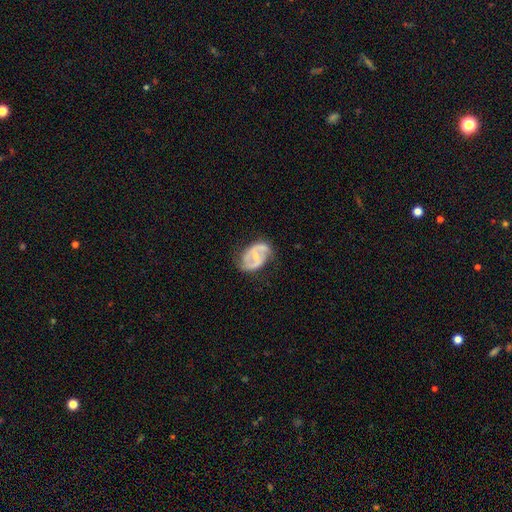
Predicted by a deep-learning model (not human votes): featured or disk 76%, smooth 19%, star or artifact 5%. Down the decision tree: edge-on disk — no (97%); bar — weak (44%); spiral arms — yes (81%); spiral arm count — 2 (81%); spiral winding — medium (47%); bulge size — small (51%); merging — none (63%).